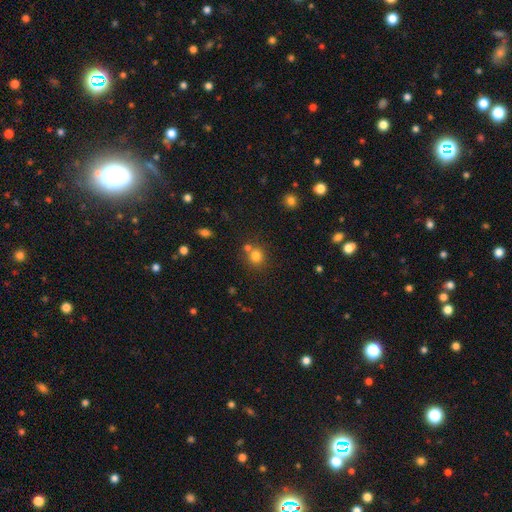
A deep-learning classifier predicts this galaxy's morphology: Smooth or featured? Predicted: smooth (p=0.78). How rounded? Predicted: round (p=0.87). Merging? Predicted: none (p=0.65).